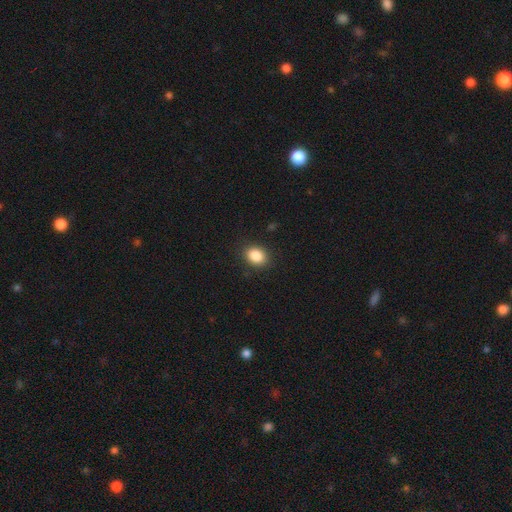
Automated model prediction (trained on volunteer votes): This is clearly a smooth galaxy (87%). How rounded: likely in between (61%). Merging: clearly none (88%).